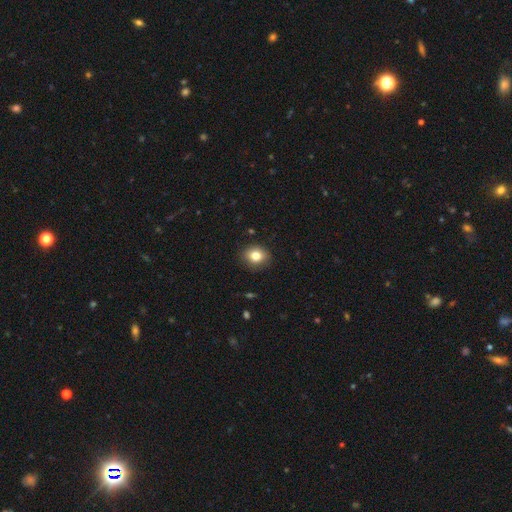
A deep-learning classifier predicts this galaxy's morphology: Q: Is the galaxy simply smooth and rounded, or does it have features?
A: smooth — 81%.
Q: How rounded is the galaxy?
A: round — 66%.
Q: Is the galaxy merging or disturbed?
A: none — 87%.